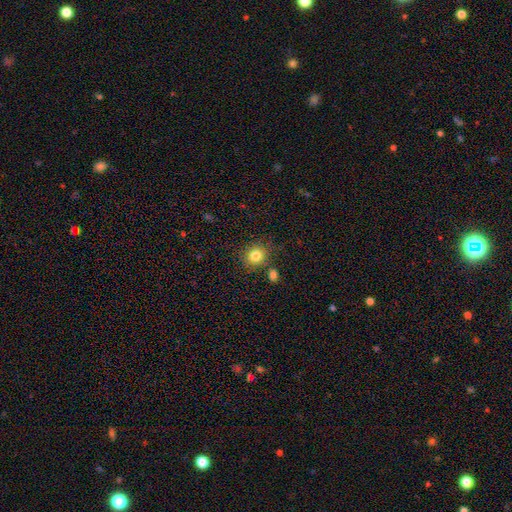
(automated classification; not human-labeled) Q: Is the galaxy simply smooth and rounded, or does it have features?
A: smooth — 82%.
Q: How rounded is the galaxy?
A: round — 83%.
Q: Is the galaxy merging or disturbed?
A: none — 80%.